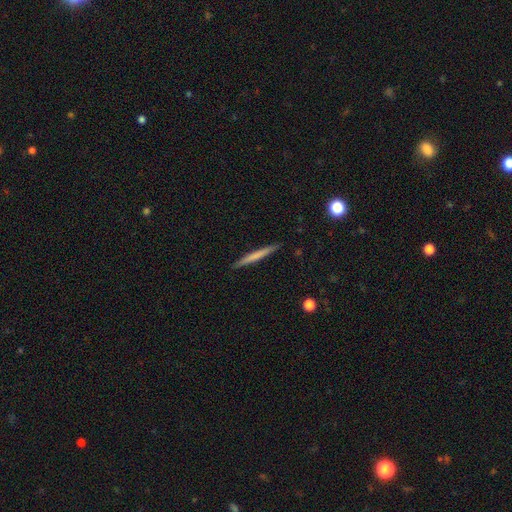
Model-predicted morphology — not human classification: smooth 61%, featured or disk 34%, star or artifact 5%. Down the decision tree: how rounded — cigar-shaped (97%); merging — none (91%).